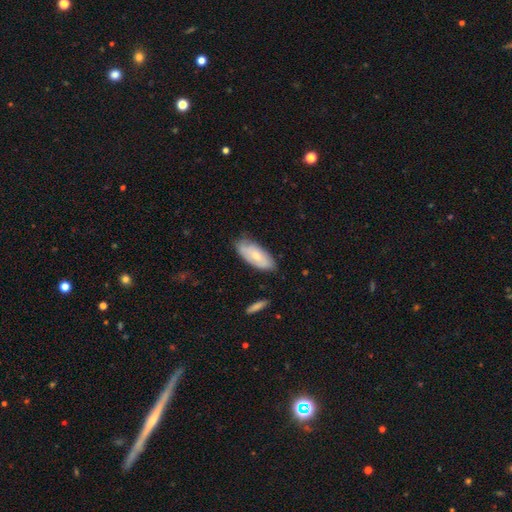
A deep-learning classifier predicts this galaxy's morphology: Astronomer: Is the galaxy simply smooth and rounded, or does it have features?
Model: smooth — 61%.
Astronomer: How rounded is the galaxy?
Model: in between — 86%.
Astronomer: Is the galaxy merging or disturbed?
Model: none — 73%.